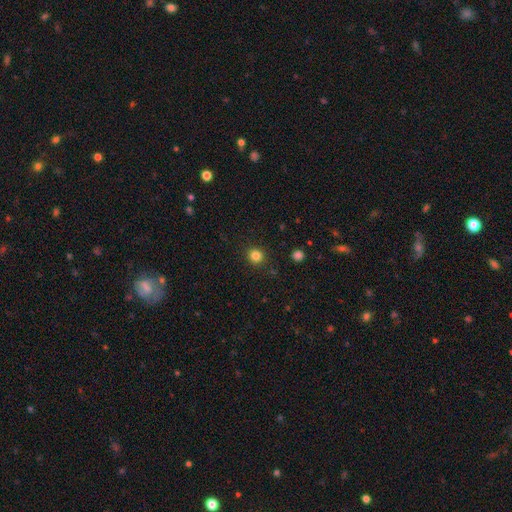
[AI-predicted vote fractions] Q: Smooth or featured?
A: smooth (83%); runner-up: star or artifact (13%)
Q: How rounded?
A: round (93%); runner-up: in between (6%)
Q: Merging?
A: none (91%); runner-up: minor disturbance (5%)